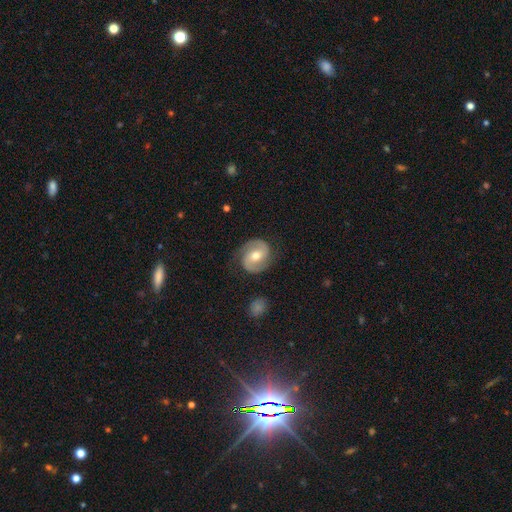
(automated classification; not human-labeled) featured or disk 82%, smooth 12%, star or artifact 5%. Down the decision tree: edge-on disk — no (98%); bar — weak (43%); spiral arms — yes (95%); spiral arm count — 2 (92%); spiral winding — medium (52%); bulge size — moderate (72%); merging — none (81%).